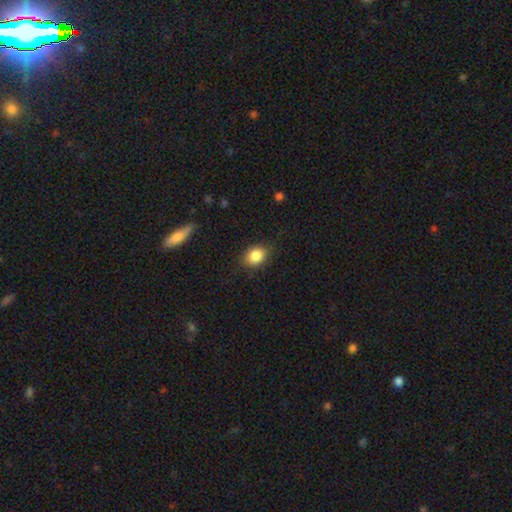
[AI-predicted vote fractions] Overall: smooth (85%). How rounded: in between (62%; round 36%). Merging: none (81%).